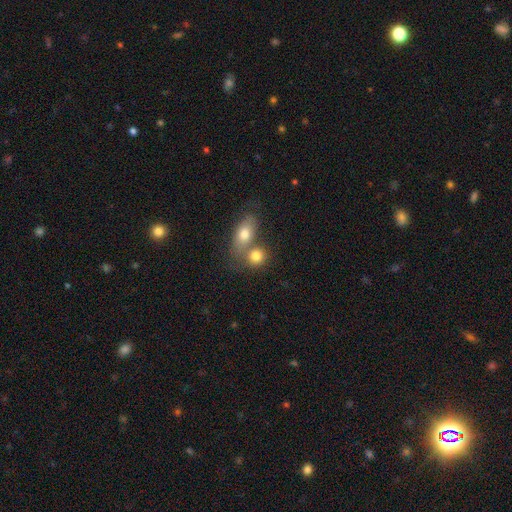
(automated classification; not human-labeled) A smooth galaxy with no disk features (79%) that is round (59%).

Vote fractions:
- Smooth or featured? smooth: 79% / featured or disk: 12% / star or artifact: 9%
- How rounded? round: 59% / in between: 39% / cigar-shaped: 2%
- Merging? merger: 51% / none: 37% / minor disturbance: 8% / major disturbance: 4%